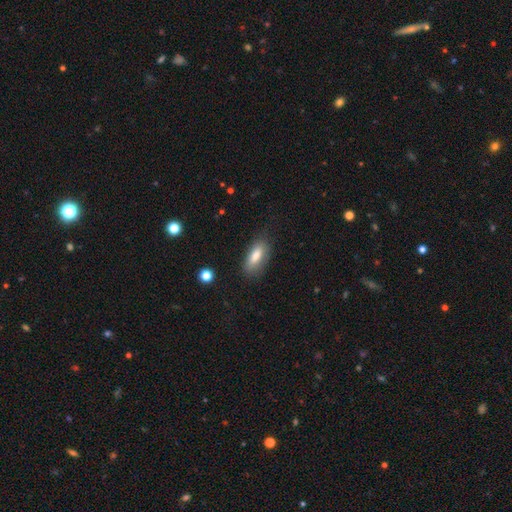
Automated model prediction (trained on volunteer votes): This appears to be a smooth galaxy with no disk features (79%) that is in between round and cigar-shaped (76%). Merging: none (78%).